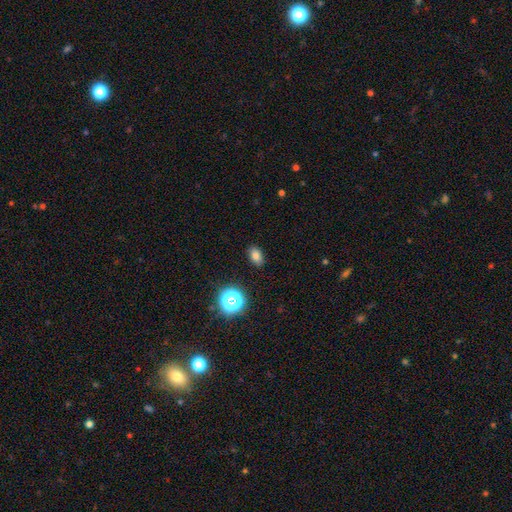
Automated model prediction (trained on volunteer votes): A smooth galaxy with no disk features (77%) that is in between round and cigar-shaped (81%).

Vote fractions:
- Smooth or featured? smooth: 77% / star or artifact: 16% / featured or disk: 7%
- How rounded? in between: 81% / round: 17% / cigar-shaped: 2%
- Merging? none: 87% / minor disturbance: 9% / major disturbance: 3% / merger: 1%